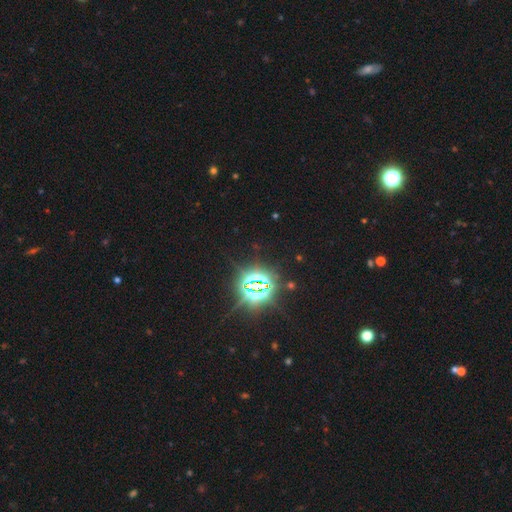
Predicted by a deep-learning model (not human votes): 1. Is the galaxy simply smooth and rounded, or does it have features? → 84% star or artifact, 11% smooth, 6% featured or disk.